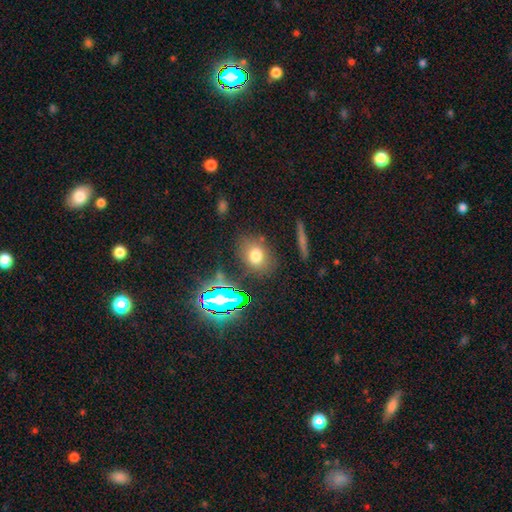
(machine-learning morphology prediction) smooth-or-featured: smooth: 70% | star or artifact: 19% | featured or disk: 11%
  how-rounded: in between: 57% | round: 41% | cigar-shaped: 2%
  merging: none: 80% | minor disturbance: 12% | major disturbance: 4% | merger: 4%